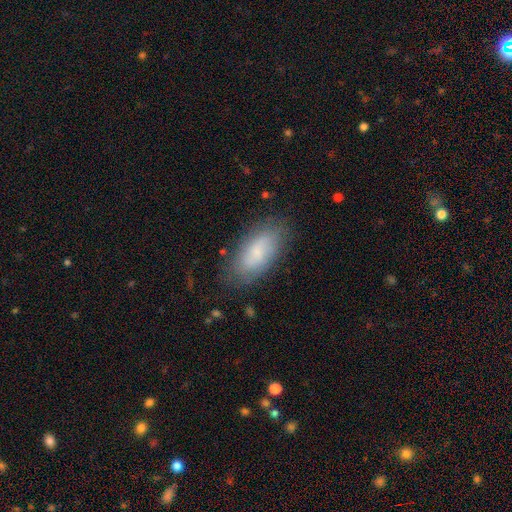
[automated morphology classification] Smooth or featured: smooth — 67% (featured or disk — 23%)
How rounded: in between — 86% (cigar-shaped — 11%)
Merging: none — 80% (minor disturbance — 15%)